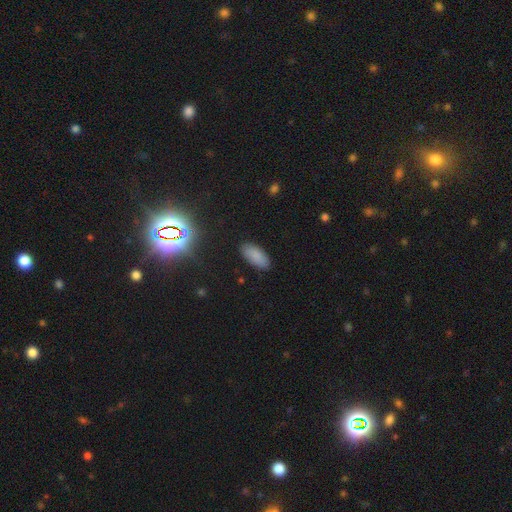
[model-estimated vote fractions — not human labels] Smooth or featured: smooth — 84% (star or artifact — 10%)
How rounded: in between — 90% (cigar-shaped — 8%)
Merging: none — 87% (minor disturbance — 10%)